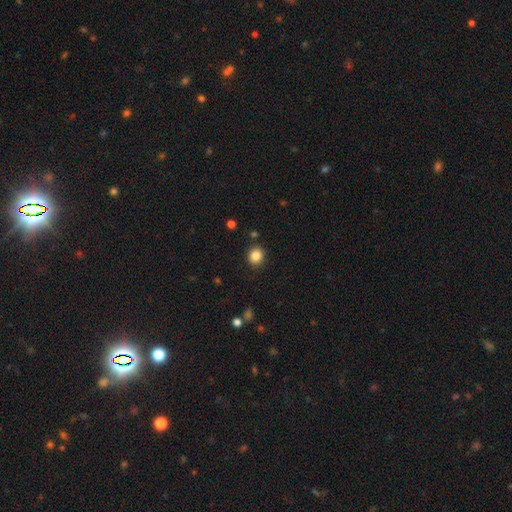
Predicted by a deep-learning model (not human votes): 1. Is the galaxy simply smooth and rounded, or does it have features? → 84% smooth, 11% star or artifact, 5% featured or disk.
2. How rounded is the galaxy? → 80% round, 19% in between, 1% cigar-shaped.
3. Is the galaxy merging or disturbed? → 89% none, 7% minor disturbance, 2% major disturbance, 2% merger.